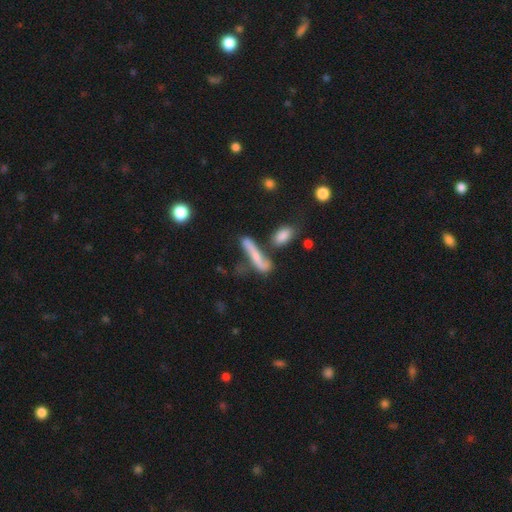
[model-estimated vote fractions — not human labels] smooth 47%, featured or disk 43%, star or artifact 10%. Down the decision tree: merging — none (43%).